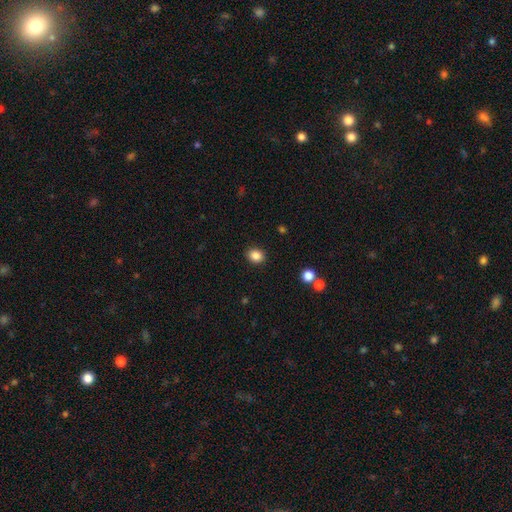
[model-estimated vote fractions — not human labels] This appears to be a smooth galaxy with no disk features (86%) that is round (57%). Merging: none (90%).